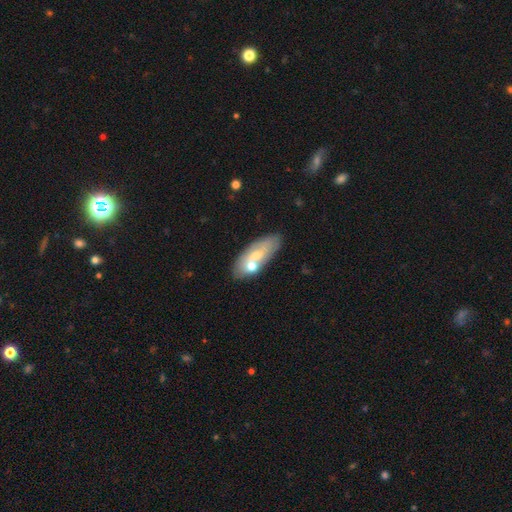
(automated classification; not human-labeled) smooth-or-featured: smooth: 55% | featured or disk: 37% | star or artifact: 7%
  how-rounded: in between: 75% | cigar-shaped: 21% | round: 4%
  merging: none: 58% | merger: 20% | minor disturbance: 17% | major disturbance: 5%